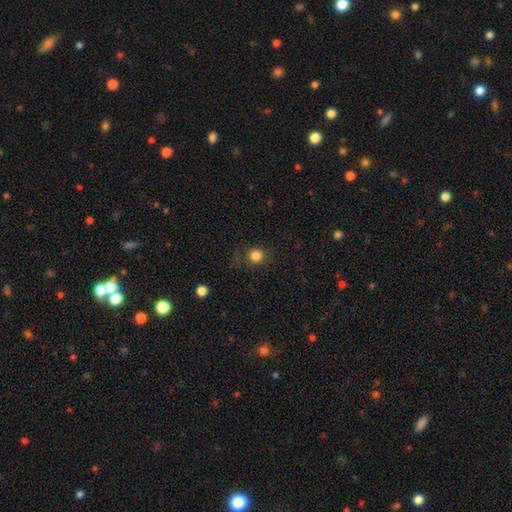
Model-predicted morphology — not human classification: This appears to be a smooth galaxy with no disk features (83%) that is round (89%). Merging: none (80%).